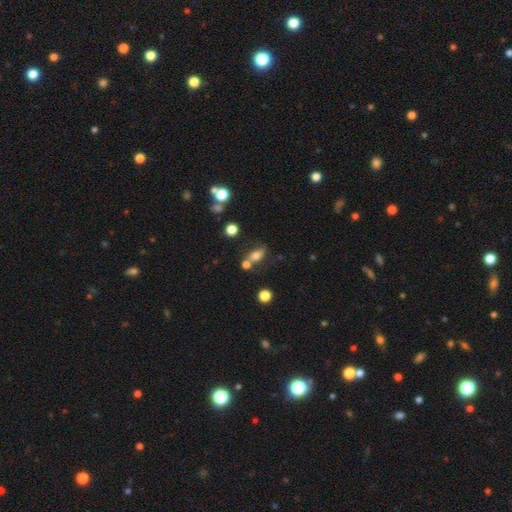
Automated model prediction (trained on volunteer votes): Smooth or featured?
  - smooth: 60% *
  - featured or disk: 25%
  - star or artifact: 15%
How rounded?
  - in between: 64% *
  - round: 26%
  - cigar-shaped: 10%
Merging?
  - none: 45% *
  - merger: 29%
  - minor disturbance: 17%
  - major disturbance: 9%